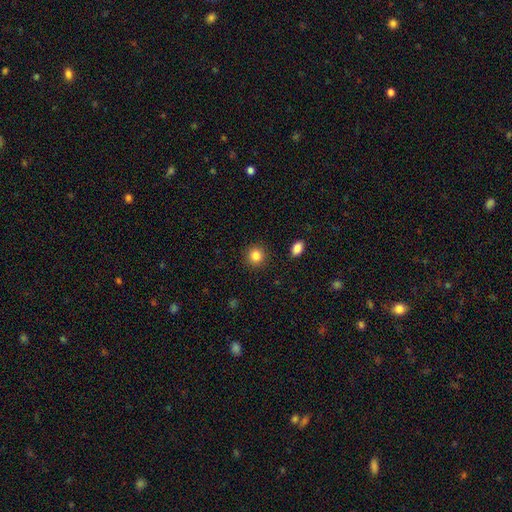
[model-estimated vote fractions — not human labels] This is clearly a smooth galaxy (85%). How rounded: clearly round (91%). Merging: clearly none (91%).